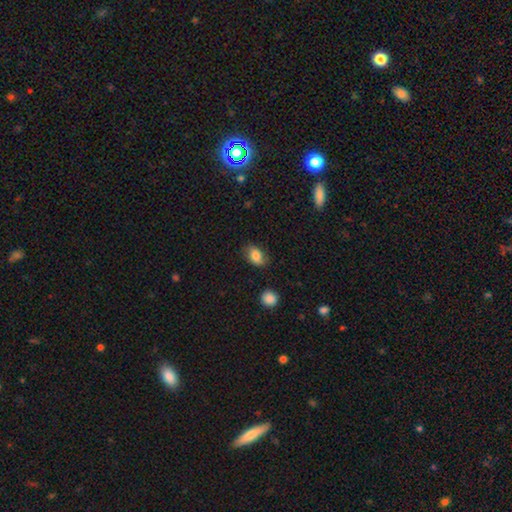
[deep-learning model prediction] Overall: smooth (81%). How rounded: in between (83%). Merging: none (73%).